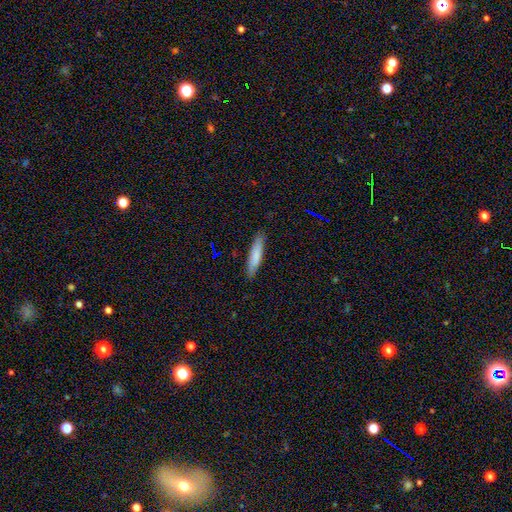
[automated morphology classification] This appears to be a smooth galaxy with no disk features (80%) that is cigar-shaped (84%). Merging: none (88%).